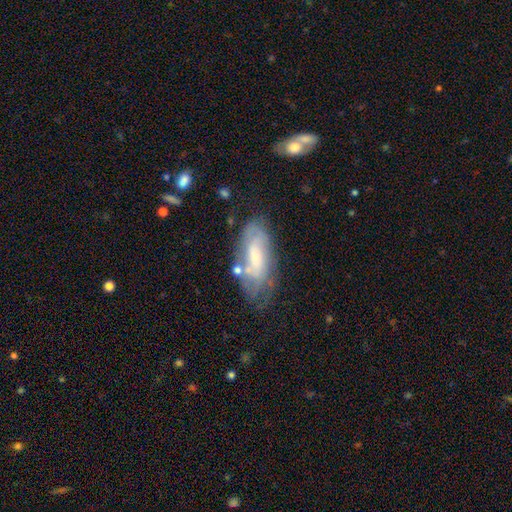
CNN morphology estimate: Smooth or featured: featured or disk — 56% (smooth — 37%)
Edge-on disk: no — 87% (yes — 13%)
Merging: none — 57% (minor disturbance — 25%)